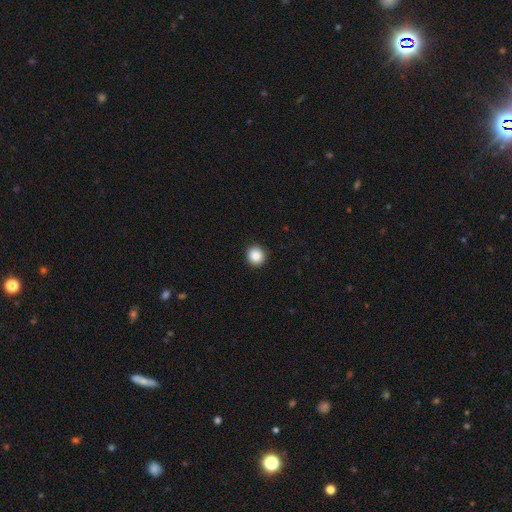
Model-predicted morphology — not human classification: A smooth galaxy with no disk features (87%) that is round (94%). Merging: none (93%).